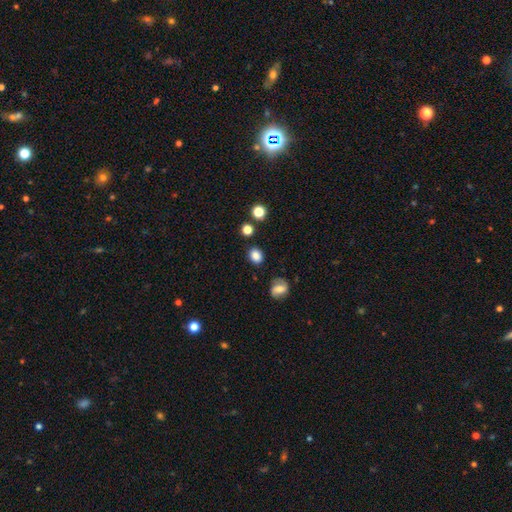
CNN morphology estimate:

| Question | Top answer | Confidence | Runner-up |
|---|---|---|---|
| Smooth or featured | smooth | 83% | star or artifact (11%) |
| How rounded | round | 53% | in between (45%) |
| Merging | none | 83% | minor disturbance (11%) |